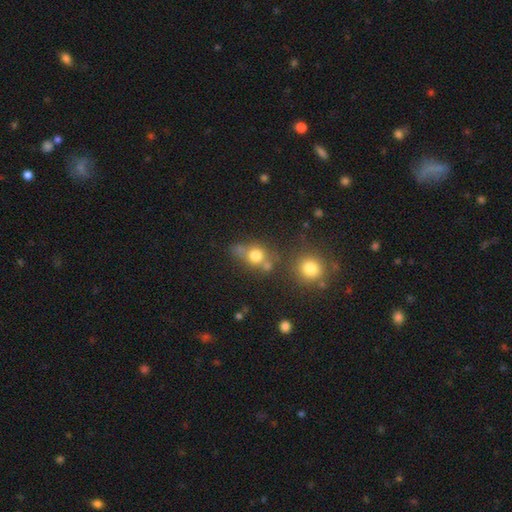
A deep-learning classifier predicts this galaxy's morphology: Q: Smooth or featured?
A: smooth (72%); runner-up: star or artifact (16%)
Q: How rounded?
A: round (74%); runner-up: in between (24%)
Q: Merging?
A: none (53%); runner-up: merger (25%)